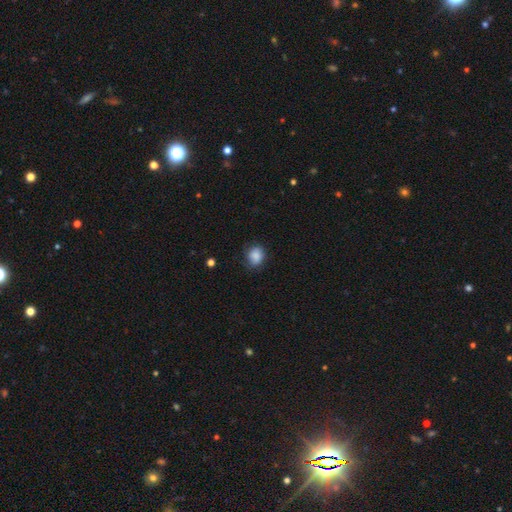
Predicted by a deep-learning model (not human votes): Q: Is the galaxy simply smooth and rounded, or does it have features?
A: smooth — 86%.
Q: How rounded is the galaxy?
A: round — 57%.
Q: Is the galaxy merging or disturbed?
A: none — 71%.